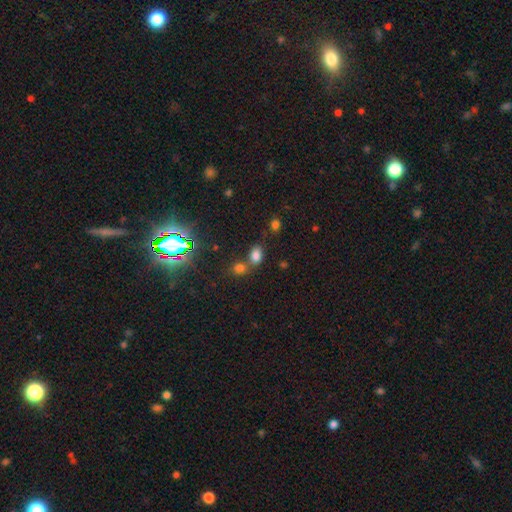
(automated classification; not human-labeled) Morphology: type=smooth (73%); roundness=in between (76%); merging=none (50%).